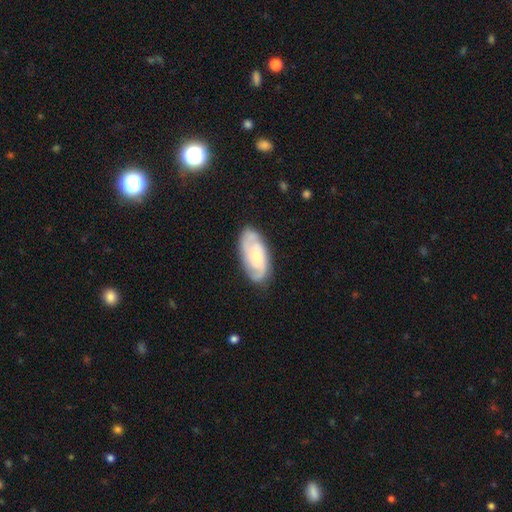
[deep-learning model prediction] This is likely a featured or disk galaxy (74%). It is clearly not viewed edge-on (94%). Bar: likely no (67%). Spiral arm pattern: clearly yes (95%). Spiral arm count: possibly 2 (54%). Spiral winding: possibly tight (49%). Central bulge: possibly small (53%). Merging: likely none (80%).